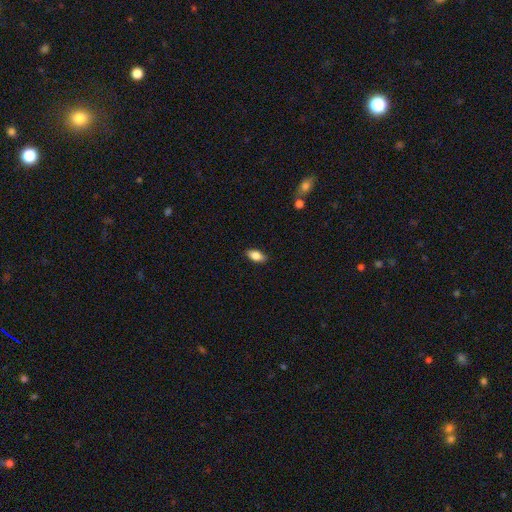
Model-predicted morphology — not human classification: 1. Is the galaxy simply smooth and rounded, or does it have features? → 84% smooth, 9% featured or disk, 7% star or artifact.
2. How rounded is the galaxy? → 90% in between, 6% cigar-shaped, 4% round.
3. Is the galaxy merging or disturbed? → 86% none, 11% minor disturbance, 2% major disturbance, 1% merger.